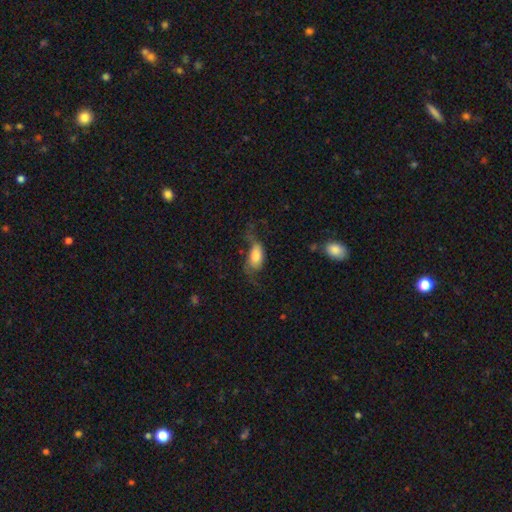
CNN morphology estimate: Smooth or featured: smooth — 64% (featured or disk — 28%)
How rounded: in between — 88% (cigar-shaped — 6%)
Merging: major disturbance — 38% (none — 33%)